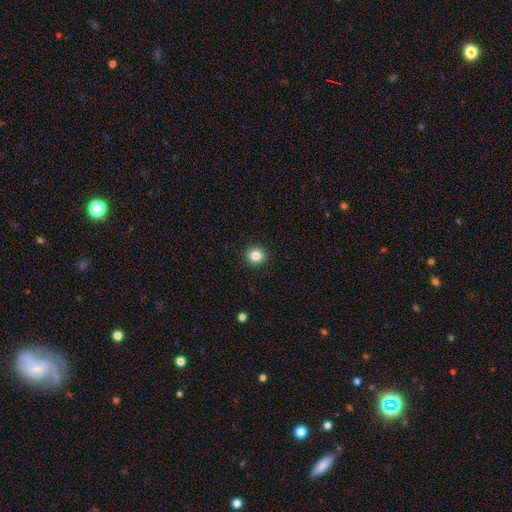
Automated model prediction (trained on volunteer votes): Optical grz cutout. It shows a smooth galaxy with no disk features (83%) that is round (93%). Merging: none (93%).